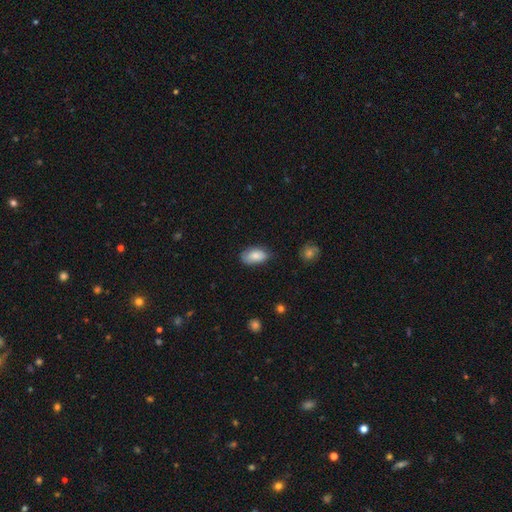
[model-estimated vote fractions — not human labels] Smooth or featured? smooth (82%)
How rounded? in between (94%)
Merging? none (71%)